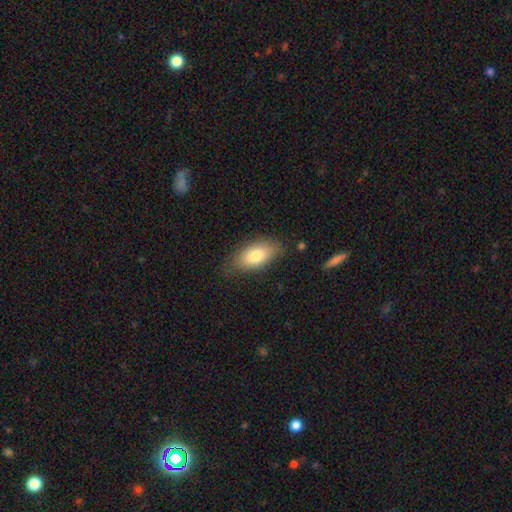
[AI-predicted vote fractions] Smooth or featured? smooth (78%)
How rounded? in between (91%)
Merging? none (72%)